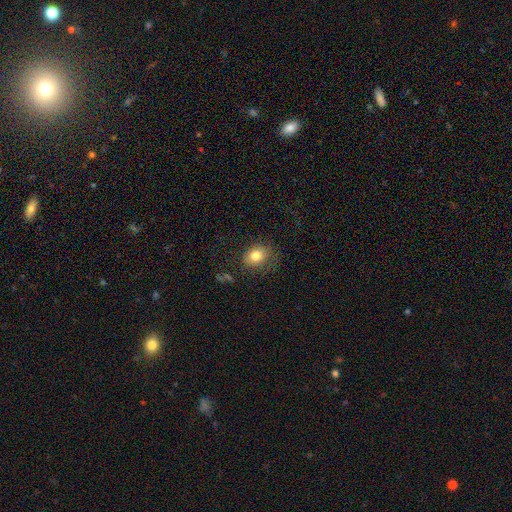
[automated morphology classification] smooth-or-featured: smooth: 80% | star or artifact: 11% | featured or disk: 9%
  how-rounded: in between: 50% | round: 49% | cigar-shaped: 1%
  merging: none: 75% | minor disturbance: 17% | major disturbance: 6% | merger: 2%